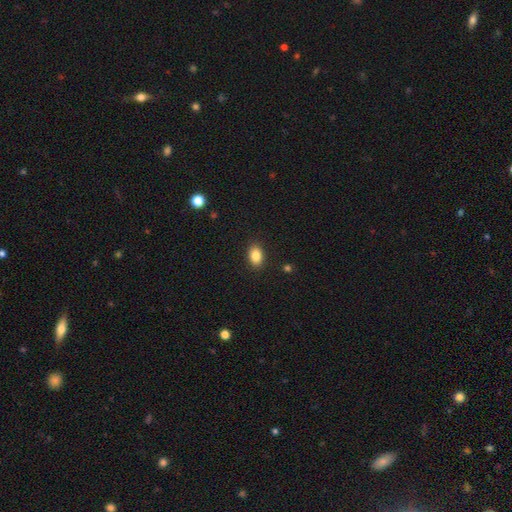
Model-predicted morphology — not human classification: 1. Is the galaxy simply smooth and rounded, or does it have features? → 86% smooth, 9% star or artifact, 6% featured or disk.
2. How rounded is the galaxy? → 83% in between, 15% round, 1% cigar-shaped.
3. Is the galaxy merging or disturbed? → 89% none, 8% minor disturbance, 2% major disturbance, 1% merger.